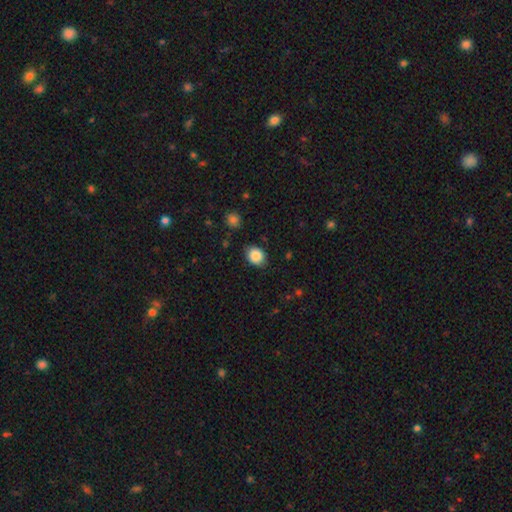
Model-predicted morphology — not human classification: type=smooth (88%); roundness=in between (53%); merging=none (82%).